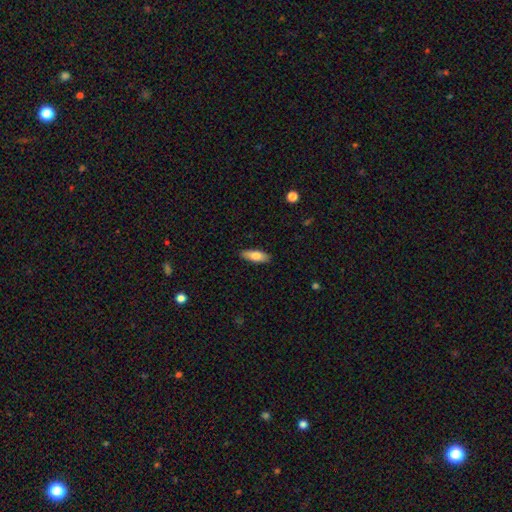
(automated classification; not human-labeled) The model was most divided on "how rounded": in between: 71%, cigar-shaped: 27%, round: 2%. More confident: merging — none (87%); smooth or featured — smooth (78%).